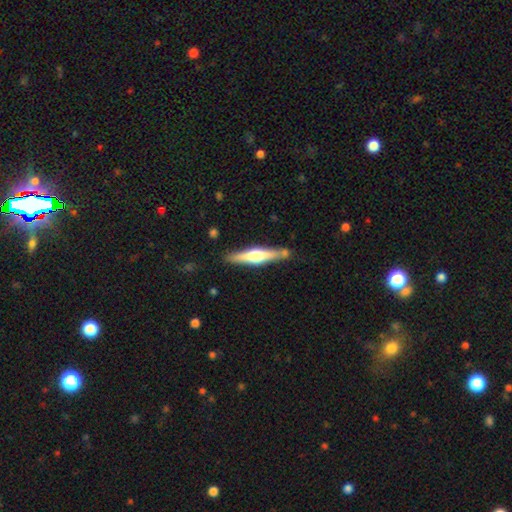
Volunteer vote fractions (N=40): Smooth or featured?
  - featured or disk: 60% *
  - smooth: 35%
  - star or artifact: 5%
Edge-on disk?
  - yes: 100% *
  - no: 0%
Edge-on bulge?
  - rounded: 96% *
  - boxy: 4%
  - none: 0%
Merging?
  - none: 82% *
  - minor disturbance: 8%
  - merger: 8%
  - major disturbance: 3%